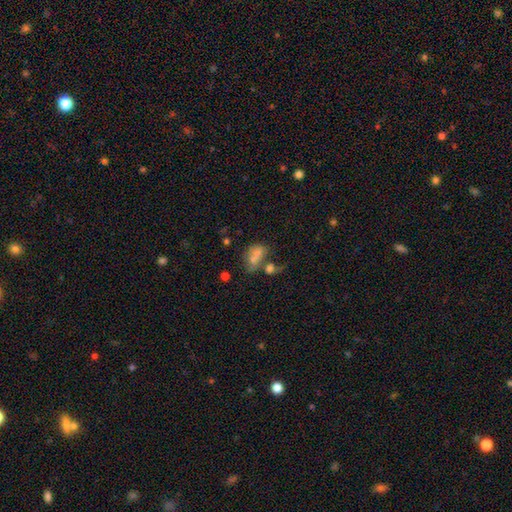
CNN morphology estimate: Smooth or featured? smooth (68%)
How rounded? in between (77%)
Merging? merger (51%)